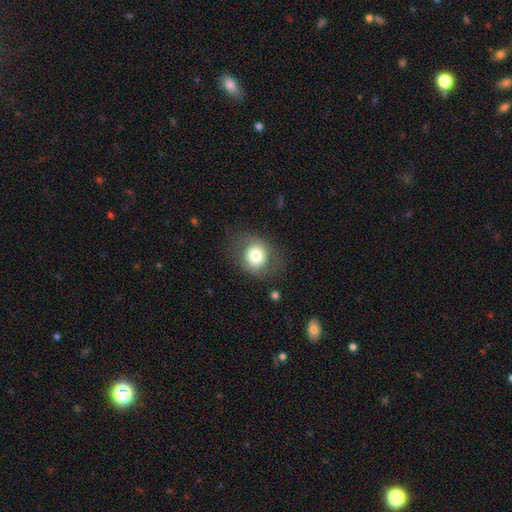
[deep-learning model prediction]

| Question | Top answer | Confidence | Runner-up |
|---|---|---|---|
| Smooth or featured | smooth | 72% | featured or disk (19%) |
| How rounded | round | 71% | in between (28%) |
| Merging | none | 73% | minor disturbance (16%) |